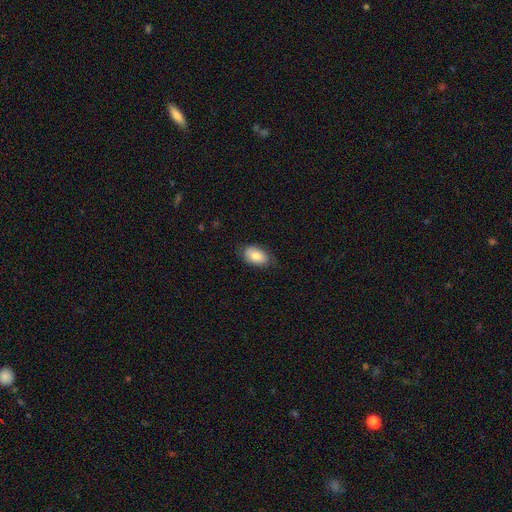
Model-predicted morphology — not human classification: Smooth or featured? smooth (79%)
How rounded? in between (91%)
Merging? none (71%)